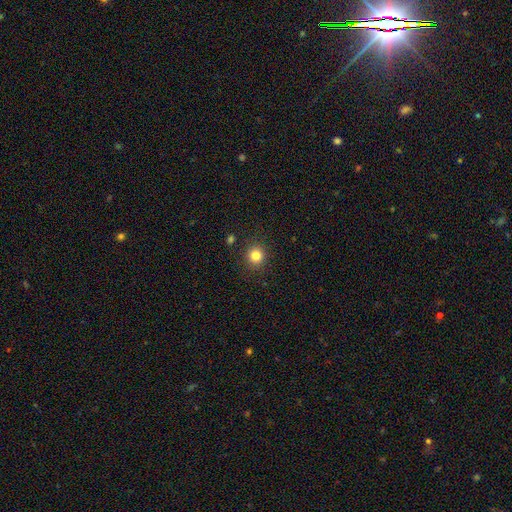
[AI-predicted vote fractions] Smooth or featured? smooth (83%)
How rounded? round (90%)
Merging? none (89%)